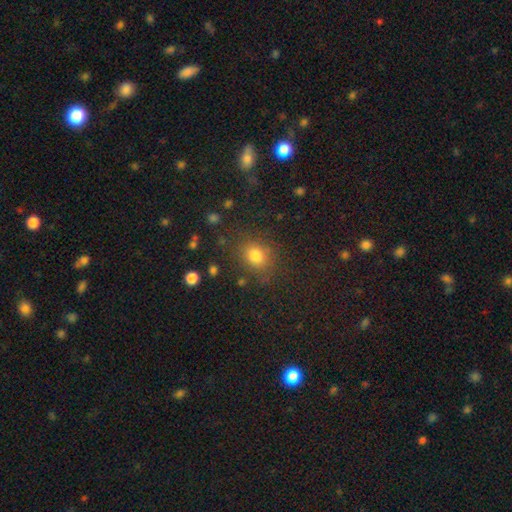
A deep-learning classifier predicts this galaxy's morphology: Smooth or featured? smooth (78%)
How rounded? round (69%)
Merging? none (79%)